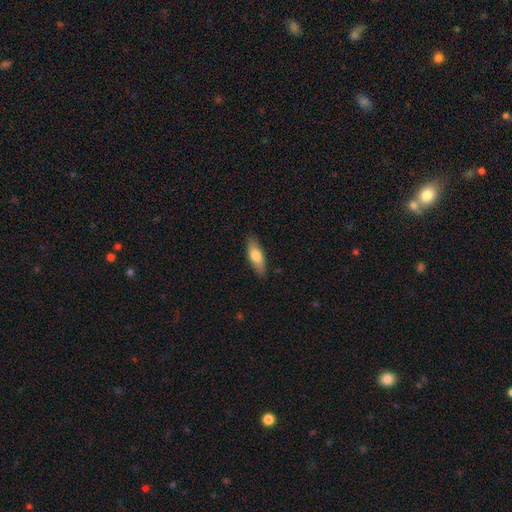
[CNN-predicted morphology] type=smooth (72%); roundness=in between (61%); merging=none (84%).